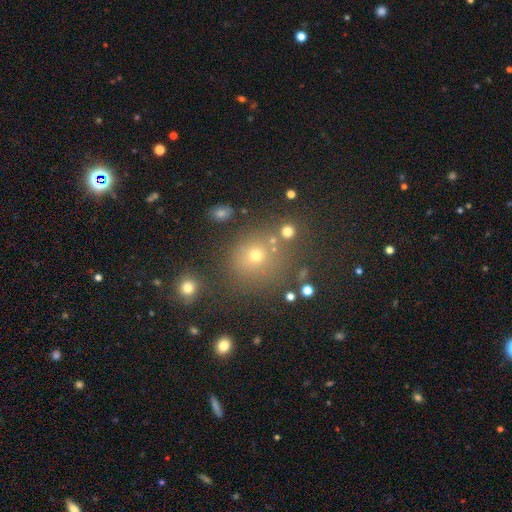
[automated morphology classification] type=smooth (66%); roundness=round (86%); merging=none (73%).